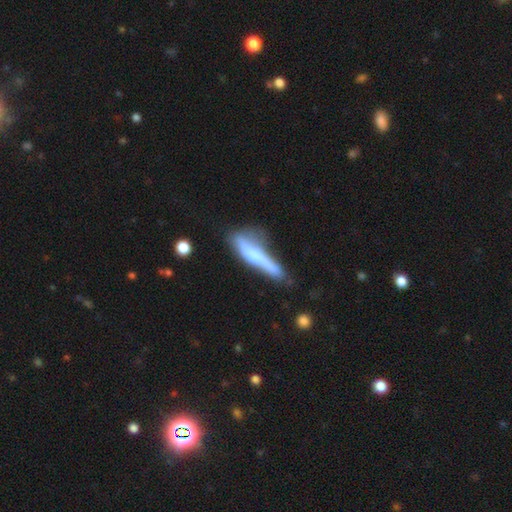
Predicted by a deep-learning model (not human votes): Q: Smooth or featured?
A: smooth (52%); runner-up: featured or disk (41%)
Q: How rounded?
A: cigar-shaped (83%); runner-up: in between (15%)
Q: Merging?
A: none (39%); runner-up: minor disturbance (29%)